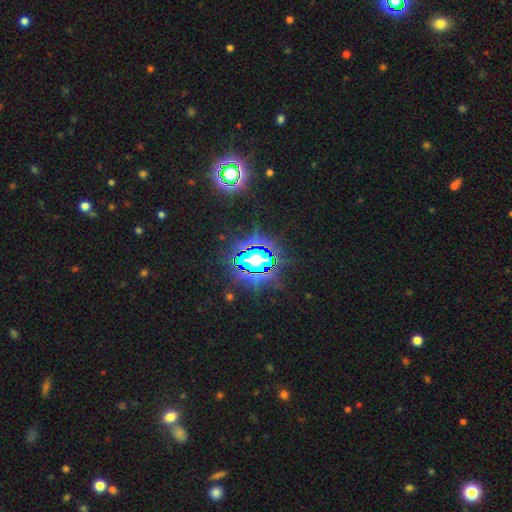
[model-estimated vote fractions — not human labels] Morphology: type=star or artifact (72%).